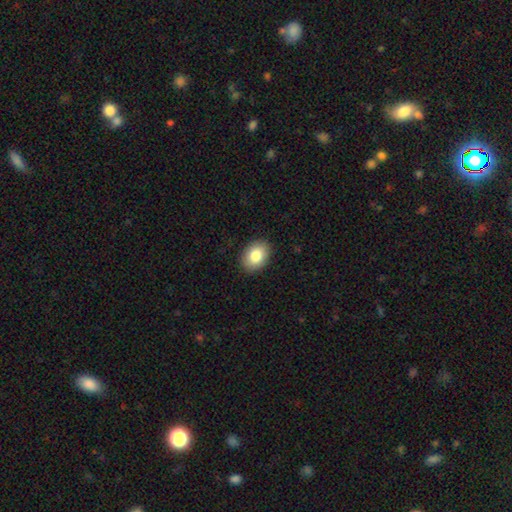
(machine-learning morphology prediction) smooth 84%, featured or disk 9%, star or artifact 7%. Down the decision tree: how rounded — in between (77%); merging — none (89%).